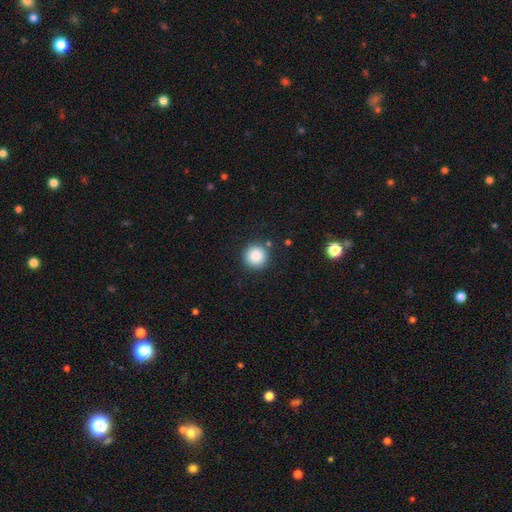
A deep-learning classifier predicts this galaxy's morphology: The model was most divided on "smooth or featured": smooth: 86%, star or artifact: 9%, featured or disk: 5%. More confident: how rounded — round (95%); merging — none (89%).